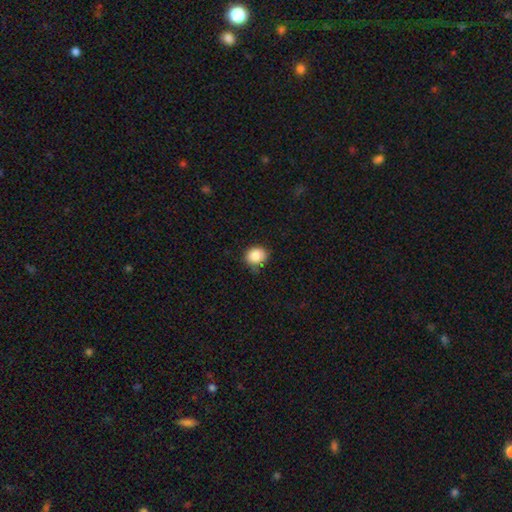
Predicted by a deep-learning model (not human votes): Smooth or featured? Predicted: smooth (p=0.87). How rounded? Predicted: round (p=0.67). Merging? Predicted: none (p=0.74).